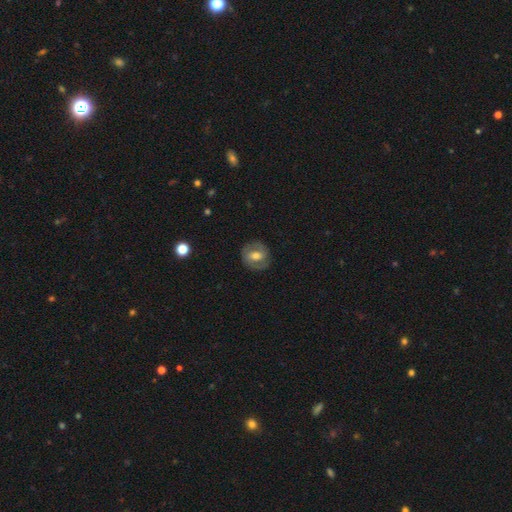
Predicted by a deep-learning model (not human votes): Q: Smooth or featured?
A: featured or disk (55%); runner-up: smooth (38%)
Q: Edge-on disk?
A: no (96%); runner-up: yes (4%)
Q: Bar?
A: weak (45%); runner-up: no (34%)
Q: Spiral arms?
A: yes (67%); runner-up: no (33%)
Q: Bulge size?
A: moderate (70%); runner-up: small (16%)
Q: Merging?
A: none (82%); runner-up: minor disturbance (12%)